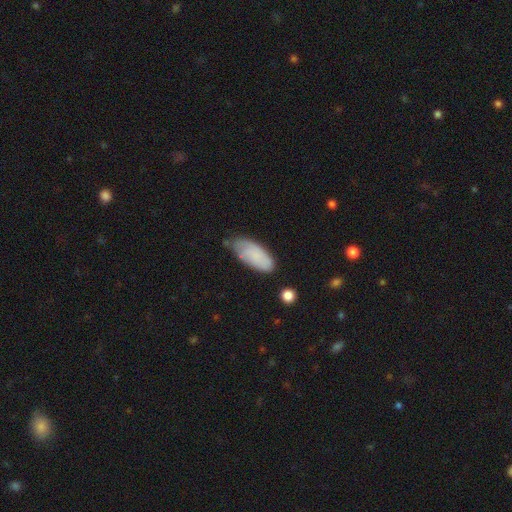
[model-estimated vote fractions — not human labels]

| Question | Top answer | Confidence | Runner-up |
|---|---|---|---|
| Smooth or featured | smooth | 74% | featured or disk (19%) |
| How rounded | in between | 86% | cigar-shaped (12%) |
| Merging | none | 53% | minor disturbance (36%) |